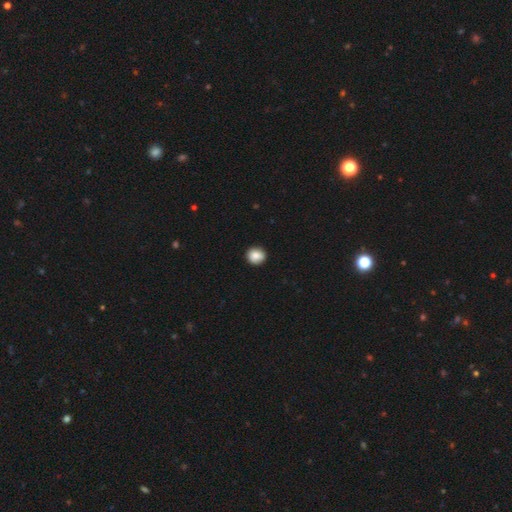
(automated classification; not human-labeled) This is clearly a smooth galaxy (87%). How rounded: clearly round (84%). Merging: clearly none (89%).